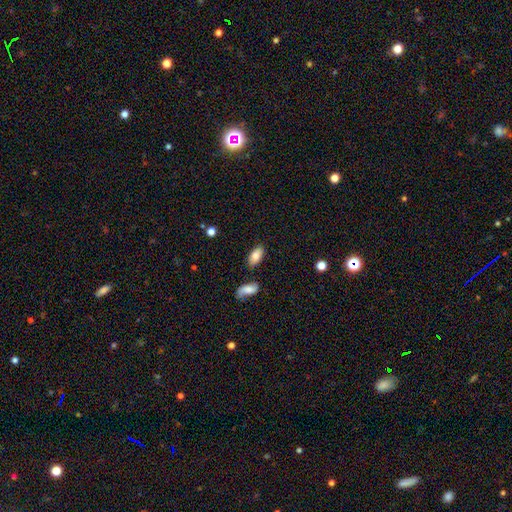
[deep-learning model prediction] The model was most divided on "merging": none: 81%, minor disturbance: 12%, merger: 4%, major disturbance: 3%. More confident: how rounded — in between (92%); smooth or featured — smooth (82%).